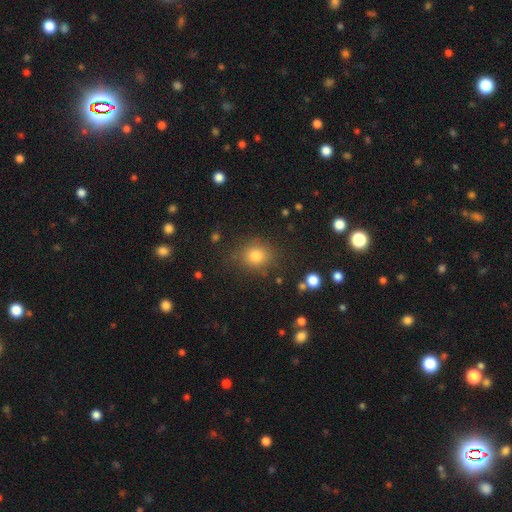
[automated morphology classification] A smooth galaxy with no disk features (80%) that is round (70%).

Vote fractions:
- Smooth or featured? smooth: 80% / star or artifact: 13% / featured or disk: 7%
- How rounded? round: 70% / in between: 29% / cigar-shaped: 1%
- Merging? none: 82% / minor disturbance: 12% / major disturbance: 4% / merger: 2%